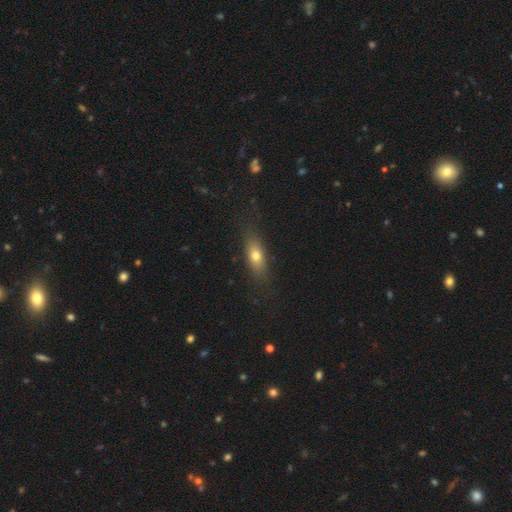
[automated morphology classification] This is likely a smooth galaxy (70%). How rounded: likely in between (68%). Merging: clearly none (81%).